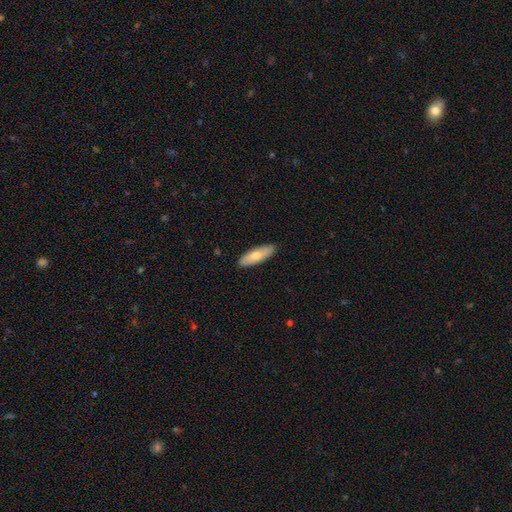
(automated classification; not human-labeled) smooth_or_featured: smooth (p=0.75) [alt: featured or disk p=0.20]
how_rounded: in between (p=0.56) [alt: cigar-shaped p=0.42]
merging: none (p=0.90) [alt: minor disturbance p=0.08]